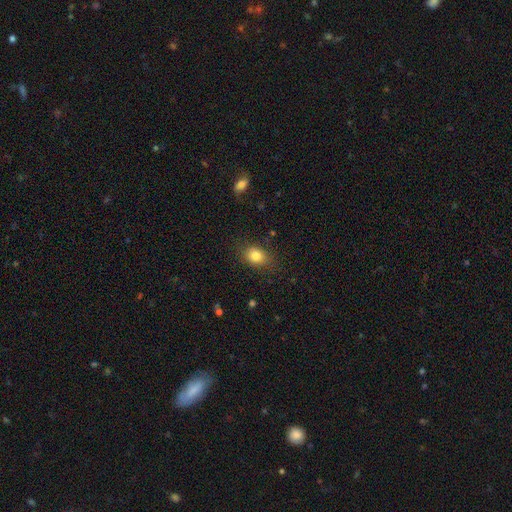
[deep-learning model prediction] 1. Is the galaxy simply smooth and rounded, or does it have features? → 83% smooth, 10% star or artifact, 7% featured or disk.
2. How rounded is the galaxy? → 66% in between, 33% round, 1% cigar-shaped.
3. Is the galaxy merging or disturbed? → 81% none, 14% minor disturbance, 4% major disturbance, 1% merger.